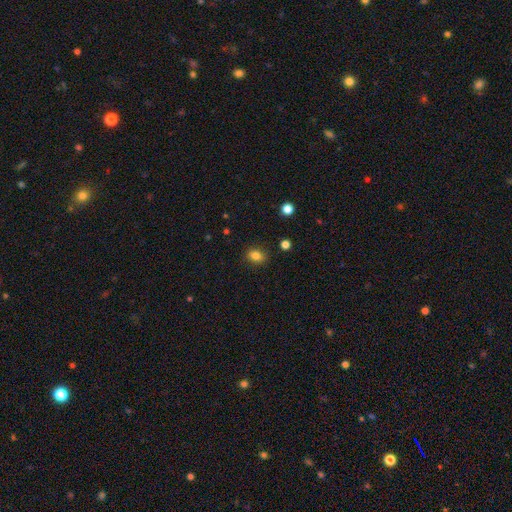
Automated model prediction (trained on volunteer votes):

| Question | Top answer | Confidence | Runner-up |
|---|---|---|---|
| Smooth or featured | smooth | 83% | star or artifact (11%) |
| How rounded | in between | 62% | round (37%) |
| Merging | none | 86% | minor disturbance (10%) |